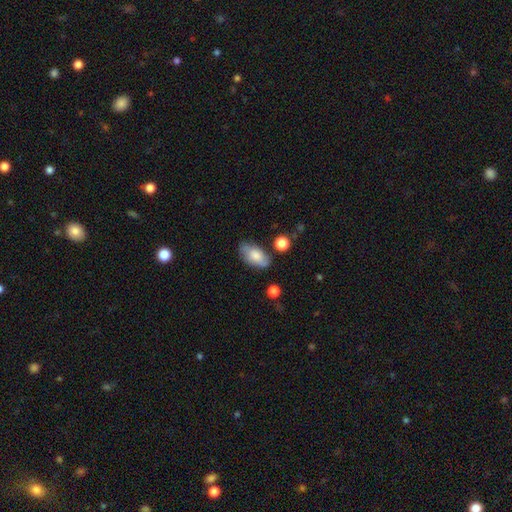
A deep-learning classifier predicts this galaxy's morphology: This is likely a smooth galaxy (71%). How rounded: clearly in between (92%). Merging: likely none (68%).